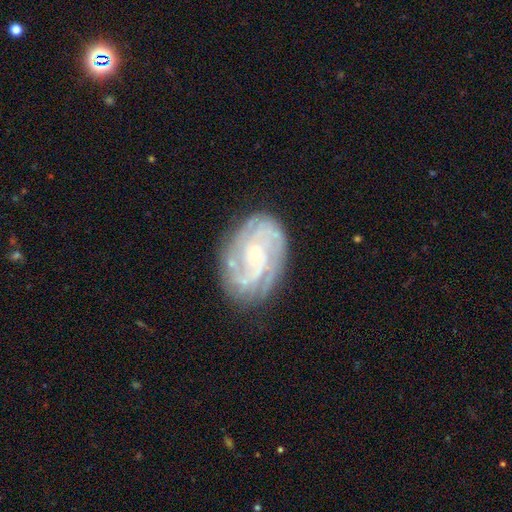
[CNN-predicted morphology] A featured or disk galaxy (84%) with no bar (72%), tight (66%) spiral arms (95%) and a small central bulge (75%). Merging: none (75%).